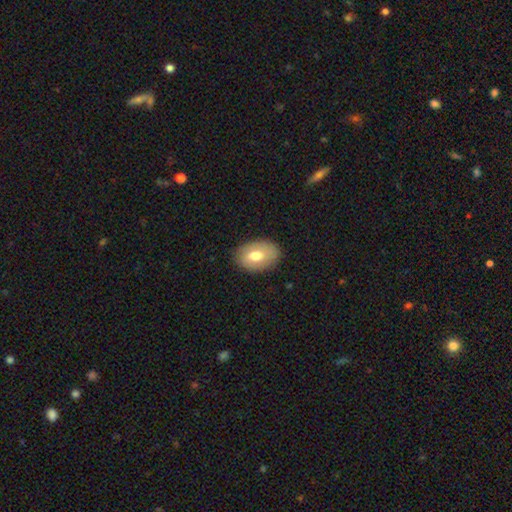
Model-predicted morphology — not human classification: Smooth or featured: smooth — 70% (featured or disk — 23%)
How rounded: in between — 85% (round — 13%)
Merging: none — 85% (minor disturbance — 12%)